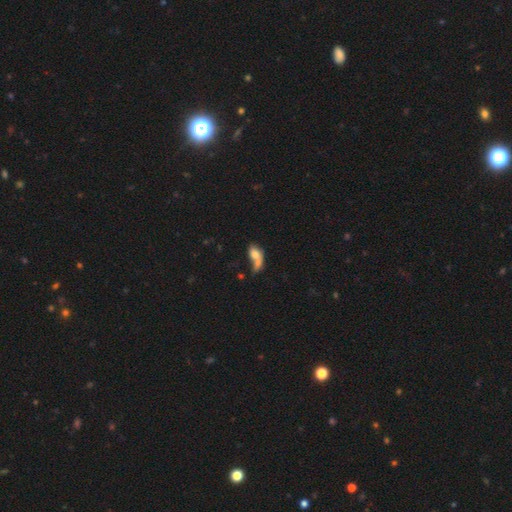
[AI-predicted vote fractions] Smooth or featured? Predicted: smooth (p=0.65). How rounded? Predicted: in between (p=0.75). Merging? Predicted: merger (p=0.53).